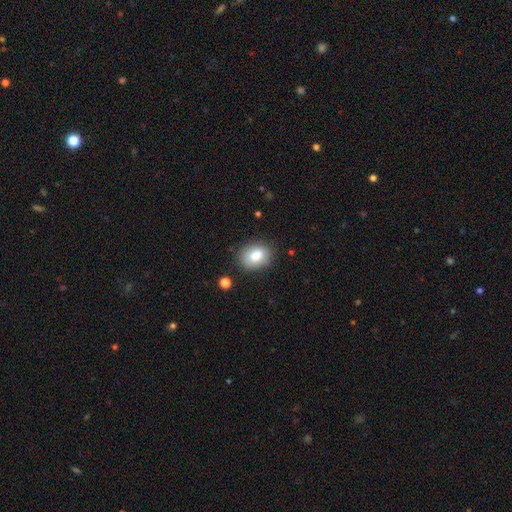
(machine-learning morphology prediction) A smooth galaxy with no disk features (82%) that is in between round and cigar-shaped (66%). Merging: none (80%).